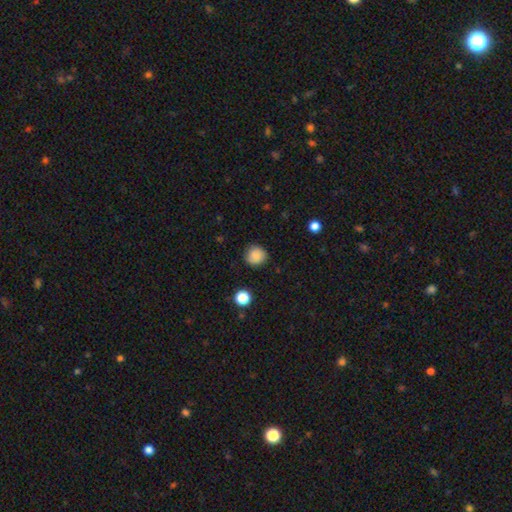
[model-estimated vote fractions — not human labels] This appears to be a smooth galaxy with no disk features (84%) that is round (90%). Merging: none (84%).